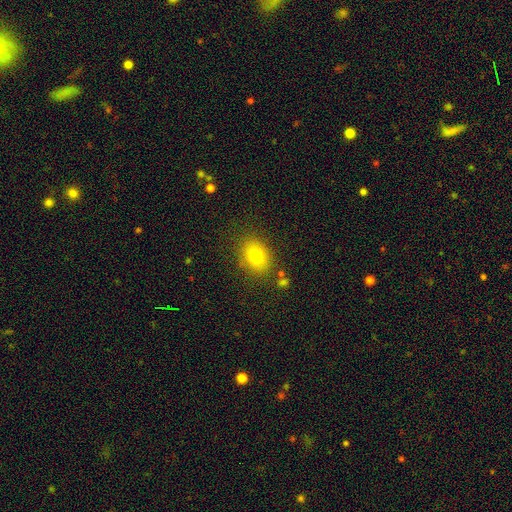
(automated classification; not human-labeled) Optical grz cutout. It shows a smooth galaxy with no disk features (78%) that is in between round and cigar-shaped (57%). Merging: none (83%).